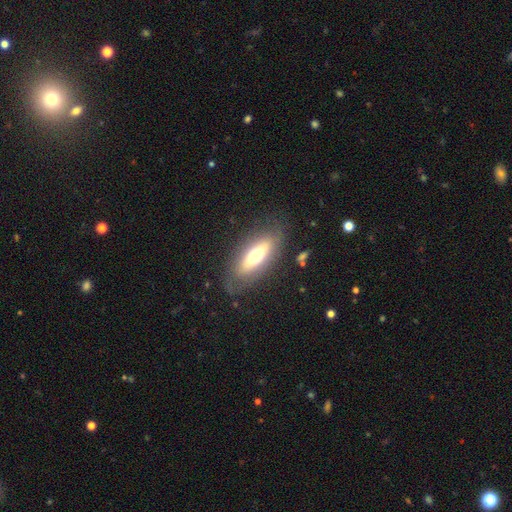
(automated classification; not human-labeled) Overall: smooth (48%; featured or disk 45%). Merging: none (77%).